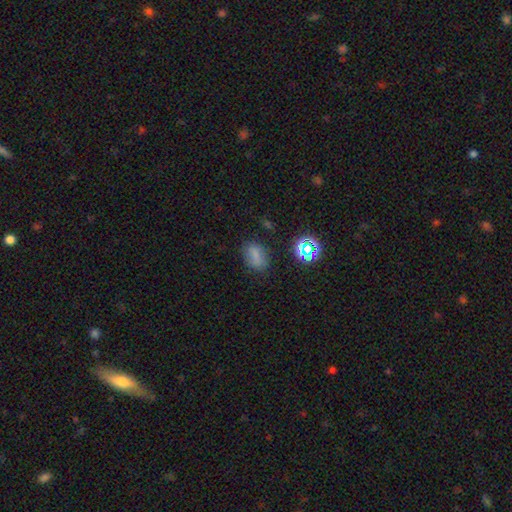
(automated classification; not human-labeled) This is likely a smooth galaxy (68%). How rounded: likely in between (79%). Merging: likely none (73%).